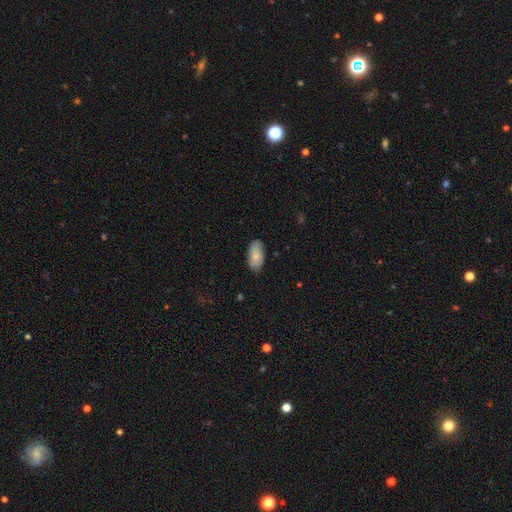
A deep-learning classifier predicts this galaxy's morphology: smooth-or-featured: smooth: 76% | featured or disk: 18% | star or artifact: 6%
  how-rounded: in between: 94% | cigar-shaped: 3% | round: 3%
  merging: none: 82% | minor disturbance: 14% | major disturbance: 2% | merger: 1%